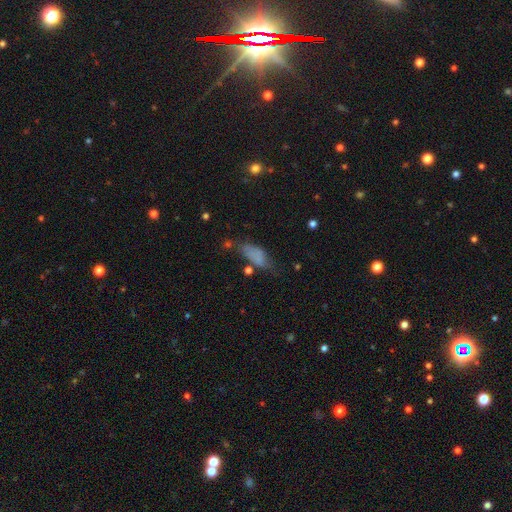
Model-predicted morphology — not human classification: This appears to be a smooth galaxy with no disk features (71%) that is in between round and cigar-shaped (78%). Merging: none (41%).